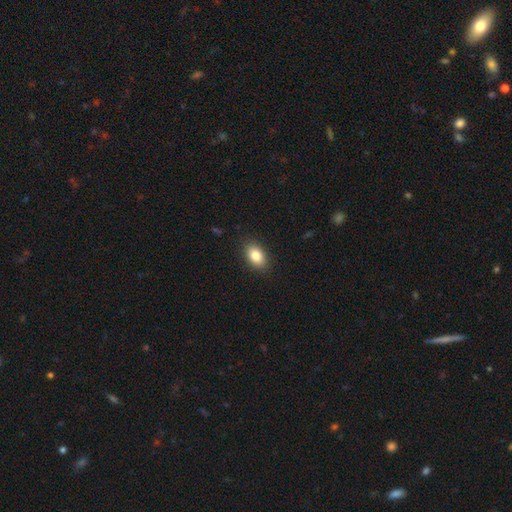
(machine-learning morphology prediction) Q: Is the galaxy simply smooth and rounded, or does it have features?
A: smooth — 83%.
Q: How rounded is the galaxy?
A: in between — 86%.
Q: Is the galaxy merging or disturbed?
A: none — 88%.